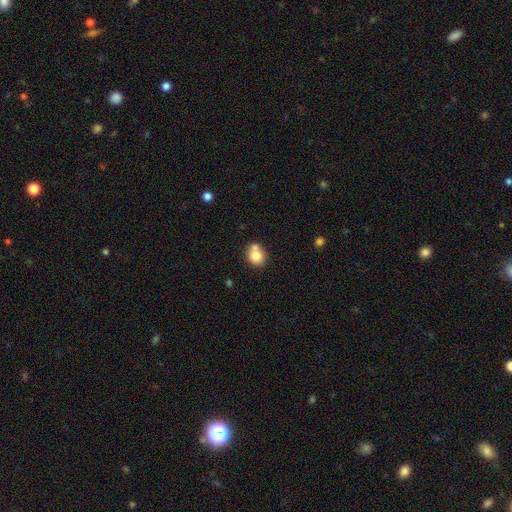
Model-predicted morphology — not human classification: Smooth or featured: smooth — 78% (featured or disk — 12%)
How rounded: round — 67% (in between — 32%)
Merging: none — 54% (merger — 29%)